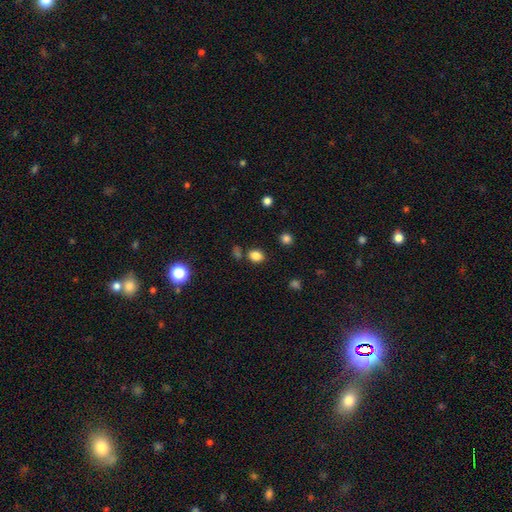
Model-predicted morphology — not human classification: A smooth galaxy with no disk features (83%) that is in between round and cigar-shaped (55%). Merging: none (78%).